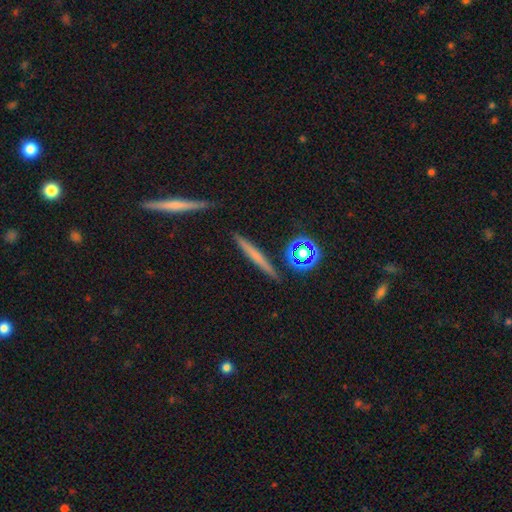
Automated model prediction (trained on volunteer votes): This appears to be a smooth galaxy with no disk features (52%) that is cigar-shaped (90%). Merging: none (88%).